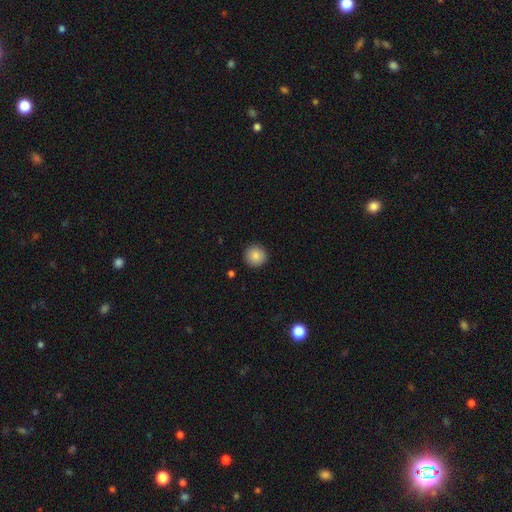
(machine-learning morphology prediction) This is clearly a smooth galaxy (86%). How rounded: clearly round (94%). Merging: clearly none (91%).